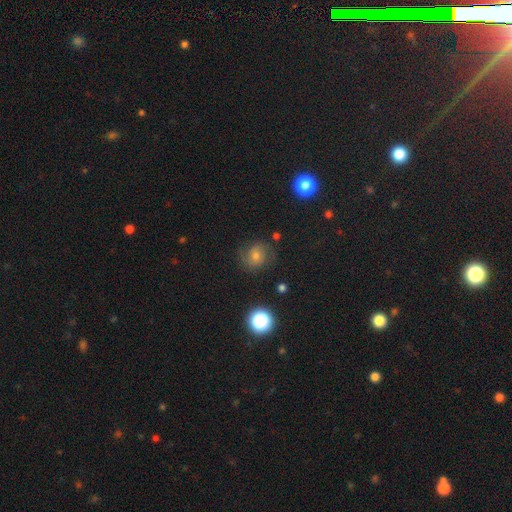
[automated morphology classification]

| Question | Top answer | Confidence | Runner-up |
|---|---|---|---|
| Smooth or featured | smooth | 45% | featured or disk (36%) |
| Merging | none | 73% | minor disturbance (17%) |